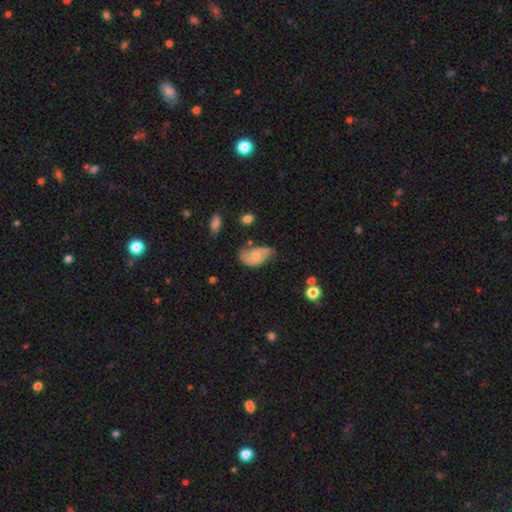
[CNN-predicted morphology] This is possibly a smooth galaxy (47%). Merging: marginally minor disturbance (41%).